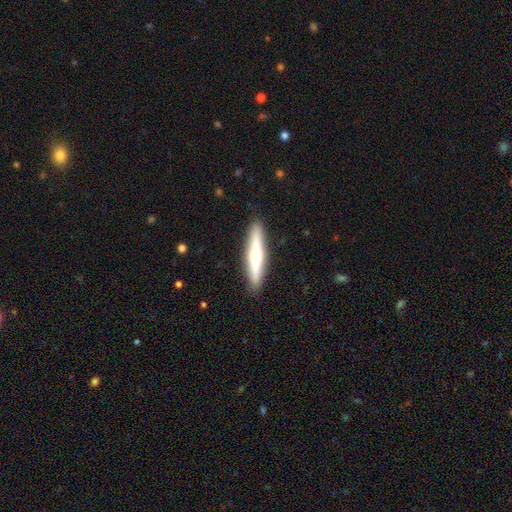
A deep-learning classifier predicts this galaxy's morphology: Smooth or featured: featured or disk — 55% (smooth — 40%)
Edge-on disk: yes — 96% (no — 4%)
Edge-on bulge: rounded — 88% (none — 8%)
Merging: none — 91% (minor disturbance — 7%)